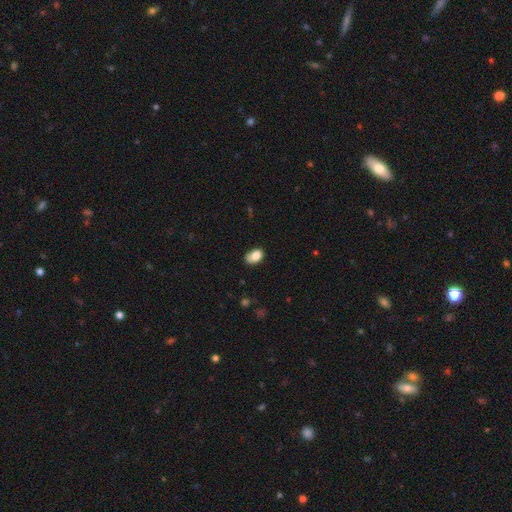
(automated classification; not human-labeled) Smooth or featured? smooth (79%)
How rounded? in between (82%)
Merging? none (54%)